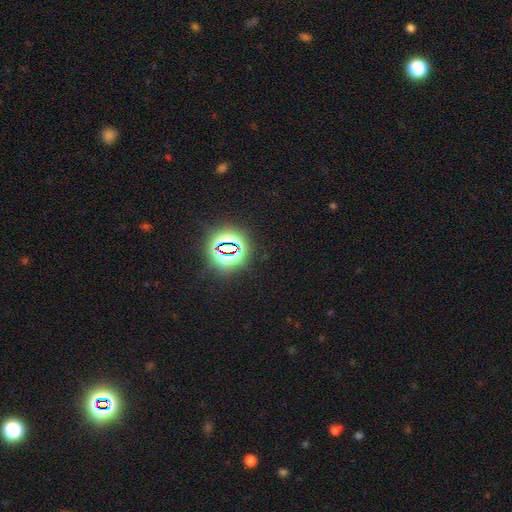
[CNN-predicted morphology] A star or artifact, not a galaxy (80%).